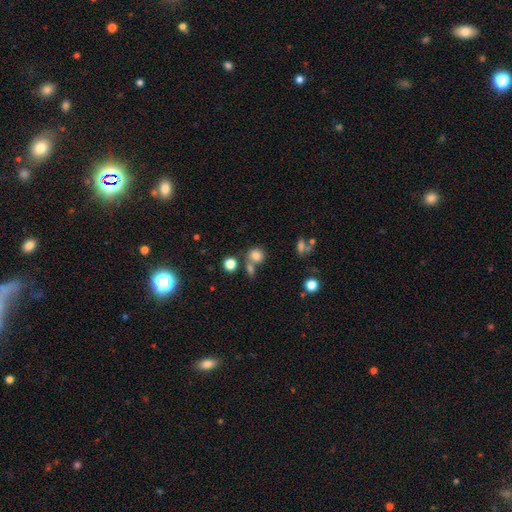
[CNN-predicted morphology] smooth_or_featured: smooth (p=0.78) [alt: star or artifact p=0.13]
how_rounded: round (p=0.79) [alt: in between p=0.19]
merging: none (p=0.56) [alt: merger p=0.28]